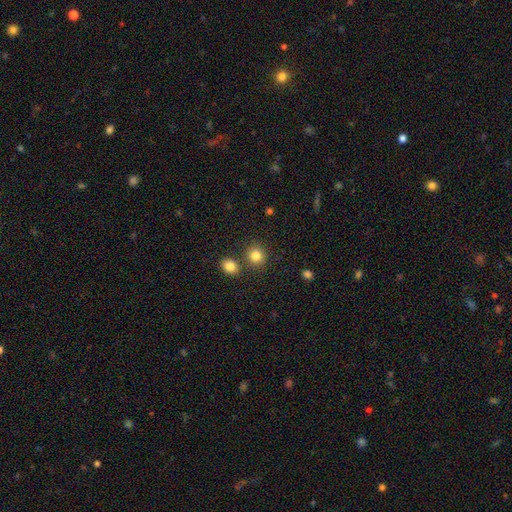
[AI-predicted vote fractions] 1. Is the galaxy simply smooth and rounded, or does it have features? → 83% smooth, 11% star or artifact, 6% featured or disk.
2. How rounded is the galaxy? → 84% round, 15% in between, 1% cigar-shaped.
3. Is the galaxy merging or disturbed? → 78% none, 12% merger, 8% minor disturbance, 3% major disturbance.